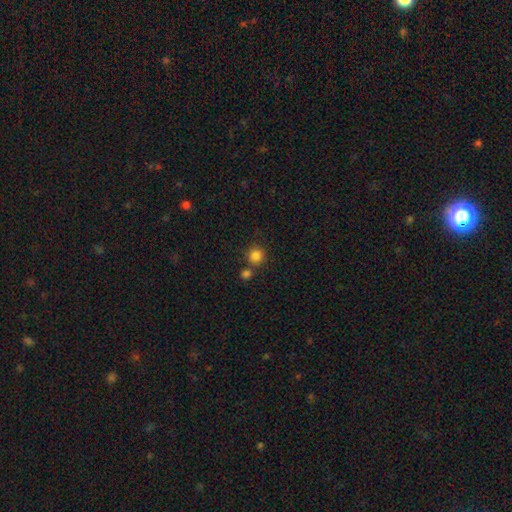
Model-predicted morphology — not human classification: Smooth or featured?
  - smooth: 84% *
  - star or artifact: 11%
  - featured or disk: 4%
How rounded?
  - round: 93% *
  - in between: 6%
  - cigar-shaped: 1%
Merging?
  - none: 71% *
  - merger: 18%
  - minor disturbance: 8%
  - major disturbance: 3%